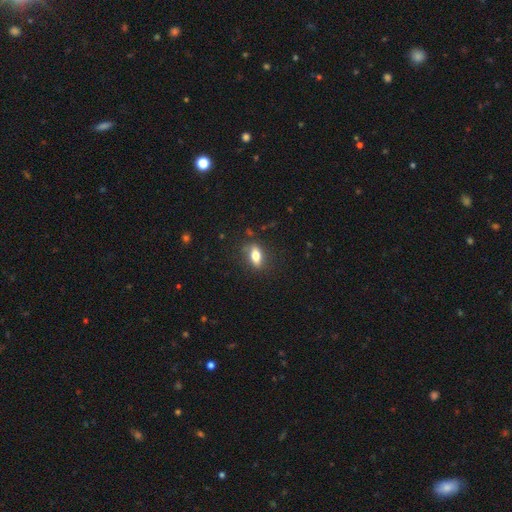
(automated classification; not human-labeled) Morphology: type=smooth (70%); roundness=in between (74%); merging=none (79%).